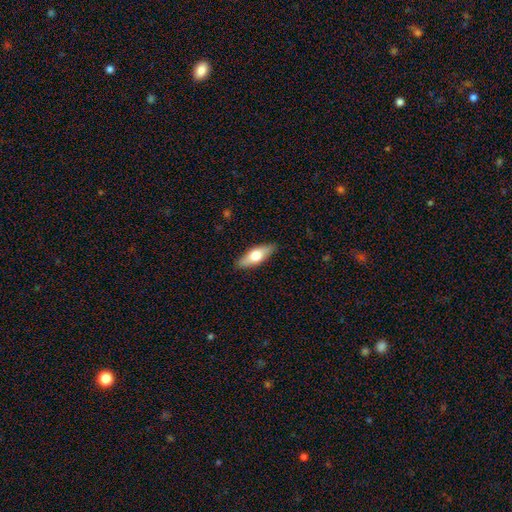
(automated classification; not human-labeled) Q: Smooth or featured?
A: smooth (60%); runner-up: featured or disk (35%)
Q: How rounded?
A: in between (66%); runner-up: cigar-shaped (31%)
Q: Merging?
A: none (88%); runner-up: minor disturbance (9%)